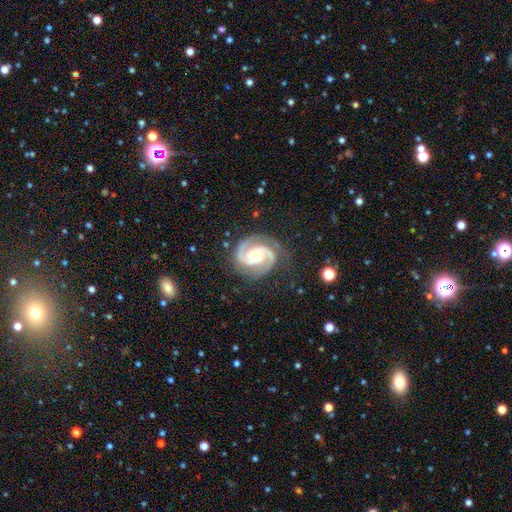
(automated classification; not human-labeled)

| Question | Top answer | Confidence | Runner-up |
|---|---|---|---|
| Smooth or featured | featured or disk | 93% | star or artifact (4%) |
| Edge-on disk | no | 98% | yes (2%) |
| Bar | no | 57% | weak (29%) |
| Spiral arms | yes | 99% | no (1%) |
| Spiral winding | medium | 47% | tied: tight (47%) |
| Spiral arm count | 2 | 93% | 3 (2%) |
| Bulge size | small | 53% | moderate (39%) |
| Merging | none | 81% | minor disturbance (13%) |